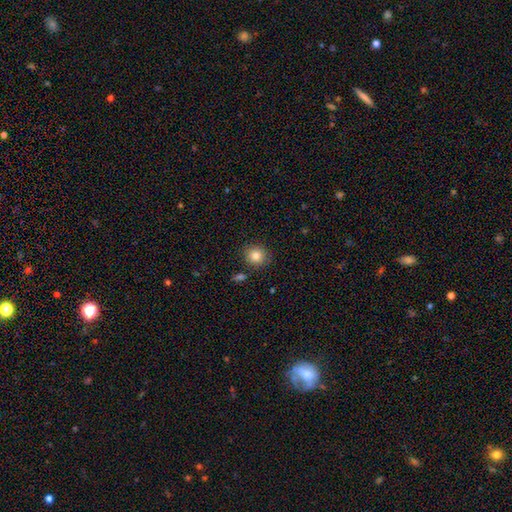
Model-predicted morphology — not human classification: This is clearly a smooth galaxy (84%). How rounded: clearly round (85%). Merging: clearly none (84%).